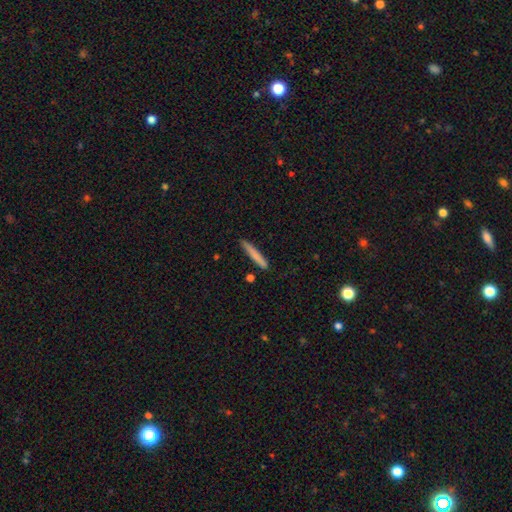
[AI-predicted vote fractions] smooth_or_featured: smooth (p=0.78) [alt: featured or disk p=0.16]
how_rounded: cigar-shaped (p=0.95) [alt: in between p=0.04]
merging: none (p=0.86) [alt: minor disturbance p=0.10]